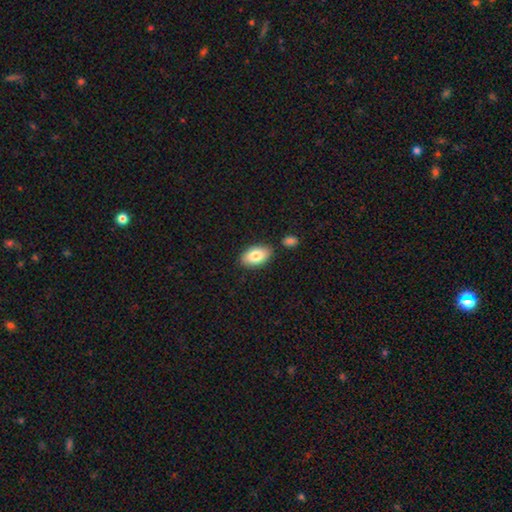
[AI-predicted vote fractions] smooth 83%, featured or disk 11%, star or artifact 6%. Down the decision tree: how rounded — in between (93%); merging — none (81%).